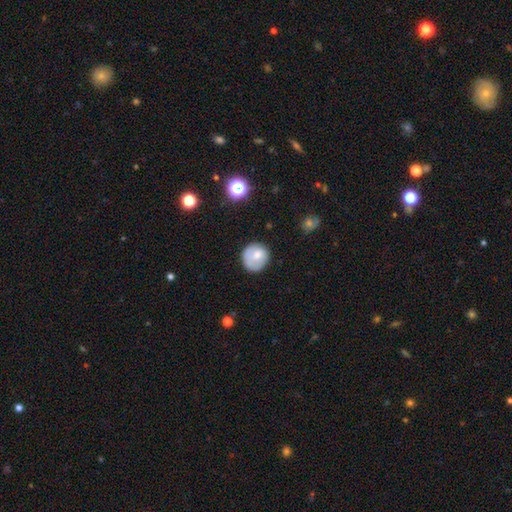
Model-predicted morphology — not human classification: A smooth galaxy with no disk features (71%) that is round (87%).

Vote fractions:
- Smooth or featured? smooth: 71% / featured or disk: 21% / star or artifact: 8%
- How rounded? round: 87% / in between: 12% / cigar-shaped: 1%
- Merging? none: 69% / minor disturbance: 21% / major disturbance: 8% / merger: 2%